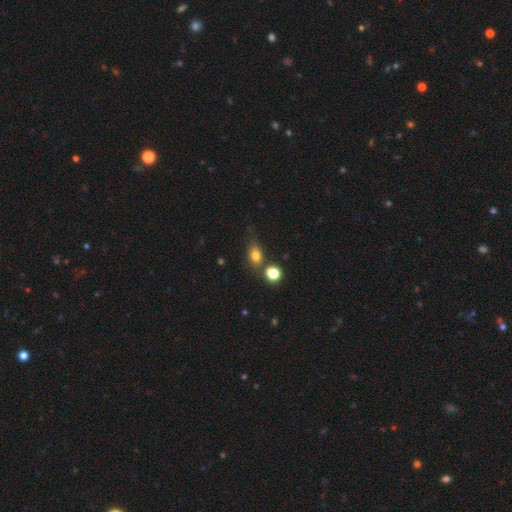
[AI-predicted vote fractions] Smooth or featured? smooth (78%)
How rounded? in between (63%)
Merging? none (61%)